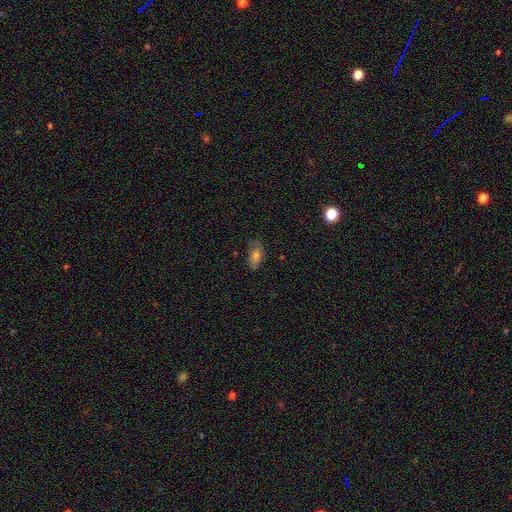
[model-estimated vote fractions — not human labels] The model was most divided on "smooth or featured": smooth: 68%, featured or disk: 21%, star or artifact: 11%. More confident: how rounded — in between (88%); merging — none (74%).